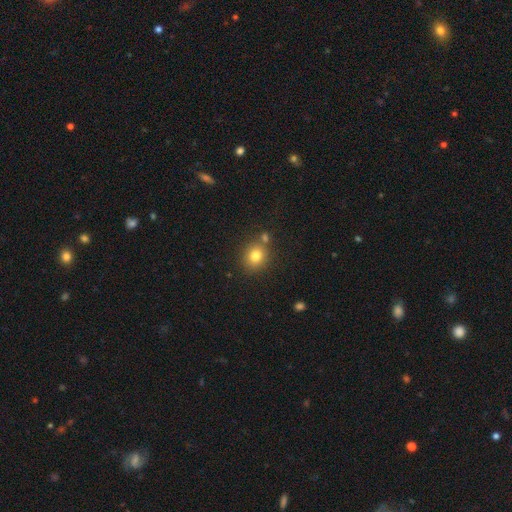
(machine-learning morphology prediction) smooth 79%, star or artifact 12%, featured or disk 8%. Down the decision tree: how rounded — round (77%); merging — none (74%).